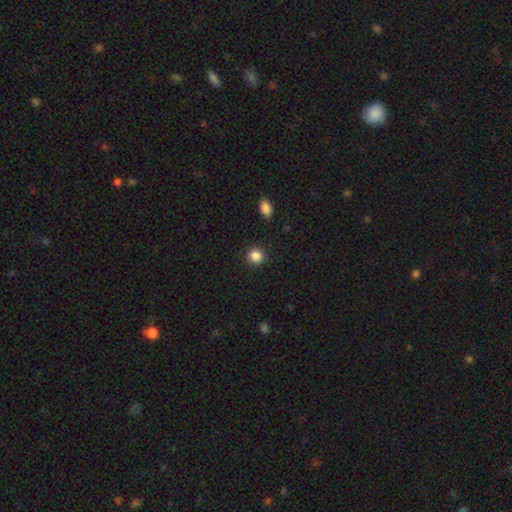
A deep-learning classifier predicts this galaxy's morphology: Smooth or featured?
  - smooth: 86% *
  - star or artifact: 11%
  - featured or disk: 4%
How rounded?
  - round: 88% *
  - in between: 11%
  - cigar-shaped: 1%
Merging?
  - none: 90% *
  - minor disturbance: 6%
  - major disturbance: 2%
  - merger: 2%